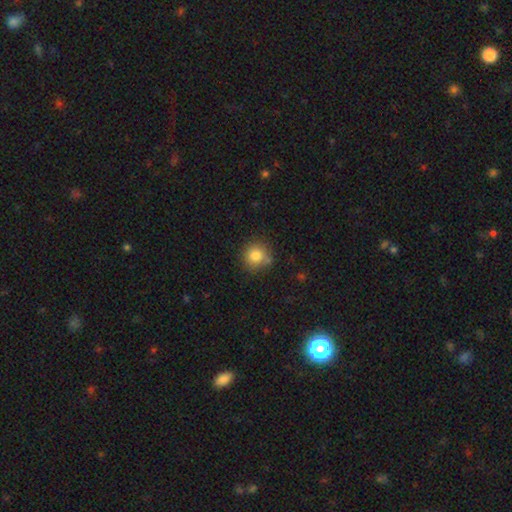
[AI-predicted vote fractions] smooth-or-featured: smooth: 82% | star or artifact: 11% | featured or disk: 7%
  how-rounded: round: 92% | in between: 7% | cigar-shaped: 1%
  merging: none: 77% | minor disturbance: 14% | merger: 6% | major disturbance: 3%